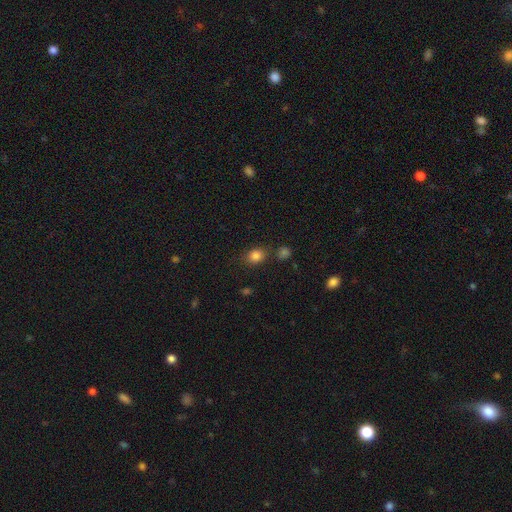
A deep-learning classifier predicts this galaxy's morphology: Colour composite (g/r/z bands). It shows a smooth galaxy with no disk features (83%) that is round (50%). Merging: none (72%).